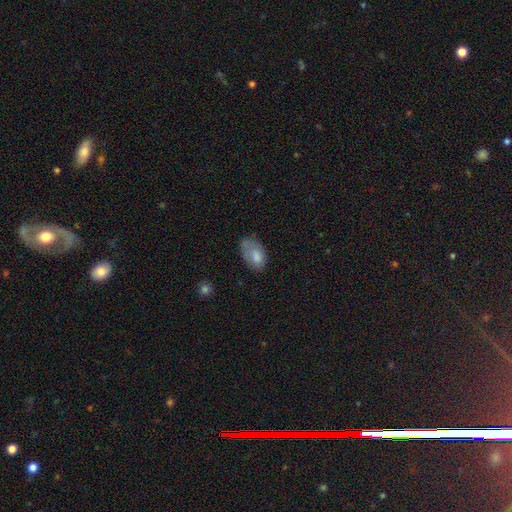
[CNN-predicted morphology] smooth_or_featured: smooth (p=0.74) [alt: featured or disk p=0.18]
how_rounded: in between (p=0.92) [alt: round p=0.06]
merging: none (p=0.47) [alt: minor disturbance p=0.33]